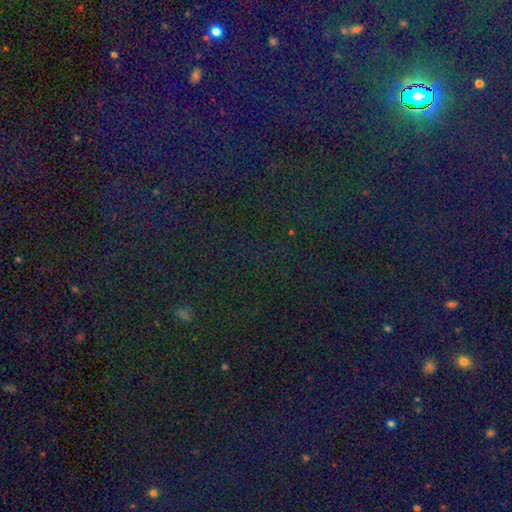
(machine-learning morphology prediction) The model was most divided on "smooth or featured": star or artifact: 82%, smooth: 10%, featured or disk: 7%.